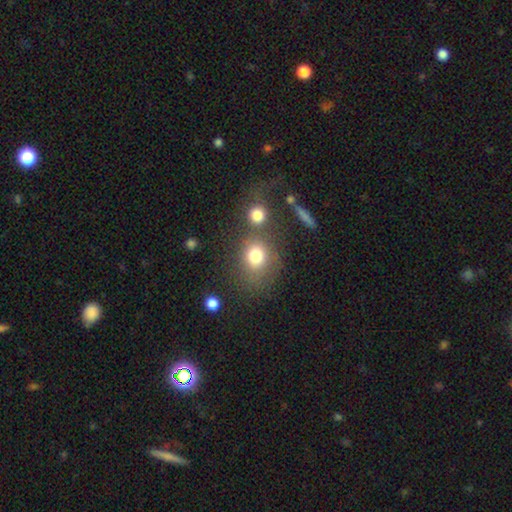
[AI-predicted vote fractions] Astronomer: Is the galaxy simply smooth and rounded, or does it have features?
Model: smooth — 77%.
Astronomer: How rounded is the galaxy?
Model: round — 66%.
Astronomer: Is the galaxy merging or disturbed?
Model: none — 56%.